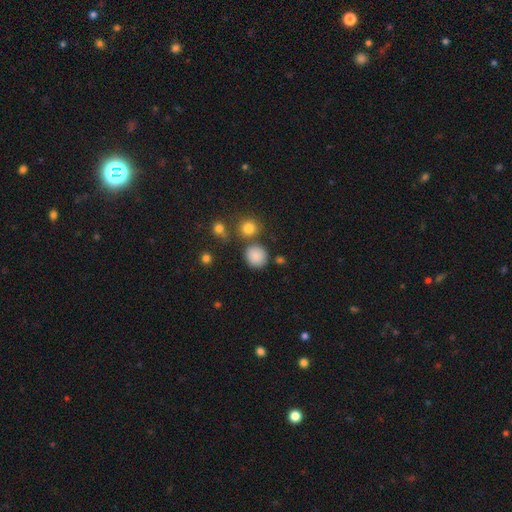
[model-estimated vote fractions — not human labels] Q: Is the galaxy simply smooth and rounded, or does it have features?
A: smooth — 85%.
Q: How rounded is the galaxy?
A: round — 87%.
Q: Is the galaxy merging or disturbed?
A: none — 77%.